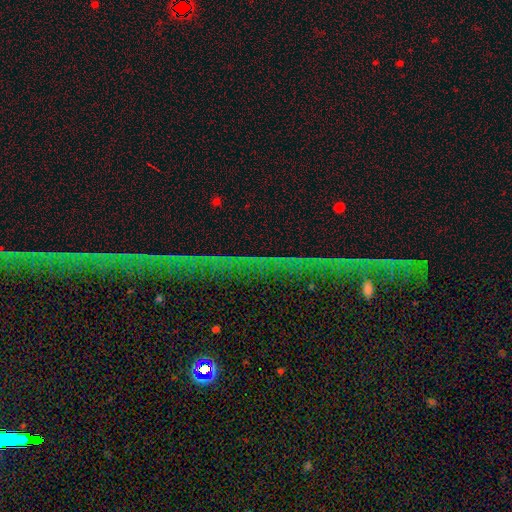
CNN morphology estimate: Smooth or featured? Predicted: star or artifact (p=0.79).